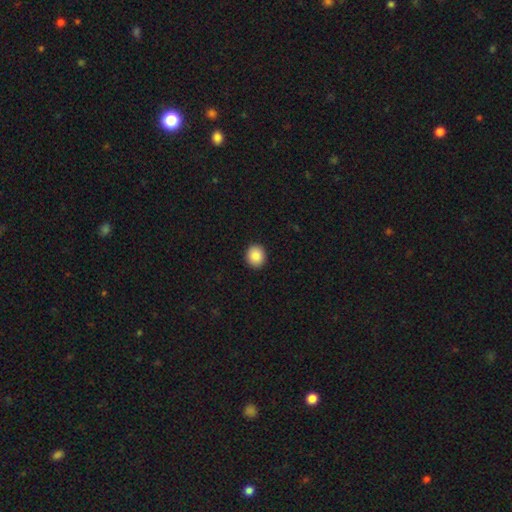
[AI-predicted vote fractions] Smooth or featured: smooth — 88% (star or artifact — 8%)
How rounded: round — 78% (in between — 21%)
Merging: none — 92% (minor disturbance — 5%)